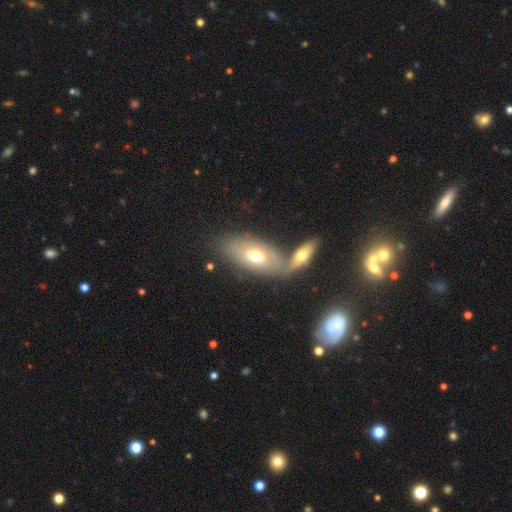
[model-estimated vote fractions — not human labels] smooth_or_featured: smooth (p=0.60) [alt: featured or disk p=0.33]
how_rounded: in between (p=0.89) [alt: cigar-shaped p=0.07]
merging: merger (p=0.45) [alt: none p=0.40]